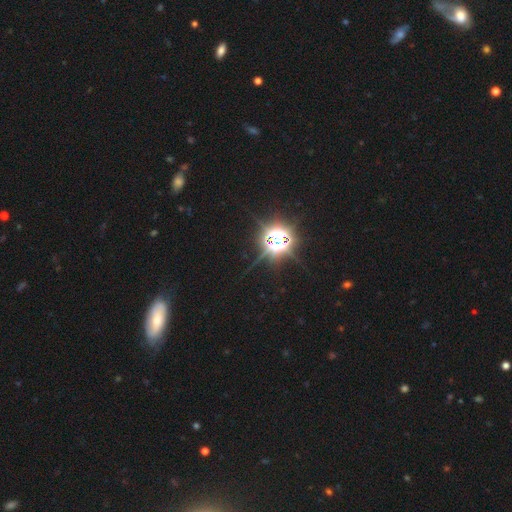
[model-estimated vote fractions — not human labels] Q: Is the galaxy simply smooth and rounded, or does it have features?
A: star or artifact — 58%.